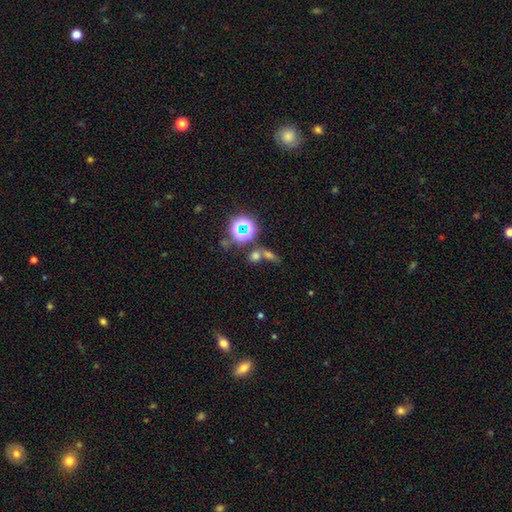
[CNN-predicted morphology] Smooth or featured?
  - smooth: 58% *
  - star or artifact: 32%
  - featured or disk: 10%
How rounded?
  - in between: 47% *
  - round: 46%
  - cigar-shaped: 7%
Merging?
  - none: 49% *
  - merger: 36%
  - minor disturbance: 9%
  - major disturbance: 5%